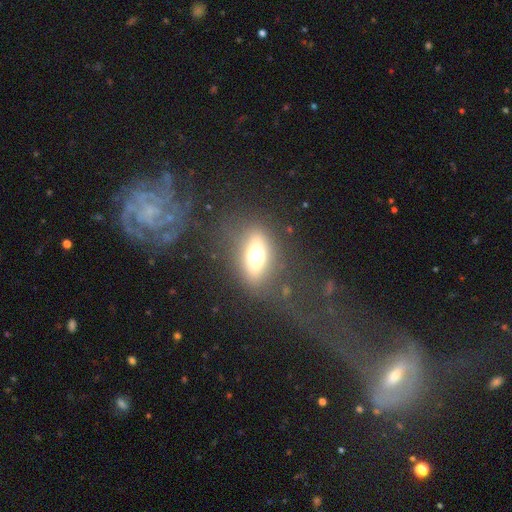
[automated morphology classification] This is possibly a smooth galaxy (50%). How rounded: likely in between (68%). Merging: likely none (77%).